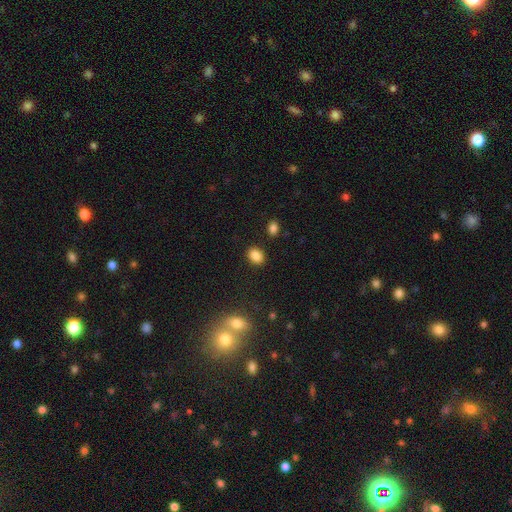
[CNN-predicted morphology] smooth_or_featured: smooth (p=0.86) [alt: star or artifact p=0.10]
how_rounded: in between (p=0.66) [alt: round p=0.33]
merging: none (p=0.87) [alt: minor disturbance p=0.08]